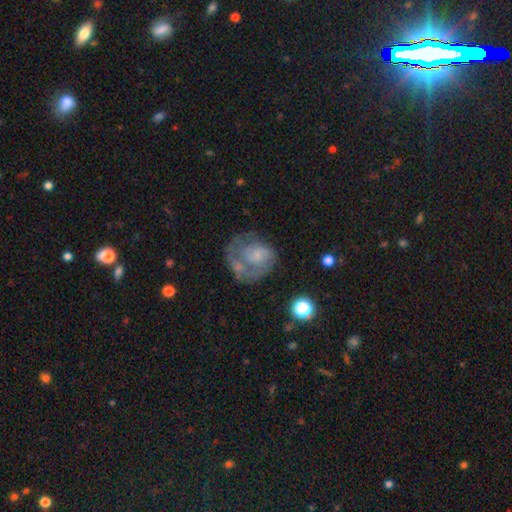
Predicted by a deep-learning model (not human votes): Smooth or featured: featured or disk — 61% (smooth — 30%)
Edge-on disk: no — 98% (yes — 2%)
Bar: no — 78% (weak — 19%)
Spiral arms: yes — 65% (no — 35%)
Bulge size: none — 38% (small — 37%)
Merging: none — 39% (major disturbance — 32%)